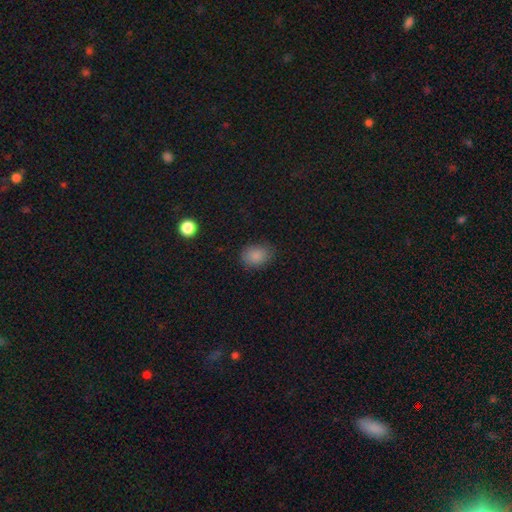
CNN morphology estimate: Smooth or featured?
  - smooth: 86% *
  - star or artifact: 9%
  - featured or disk: 5%
How rounded?
  - in between: 62% *
  - round: 37%
  - cigar-shaped: 1%
Merging?
  - none: 79% *
  - minor disturbance: 16%
  - major disturbance: 4%
  - merger: 1%